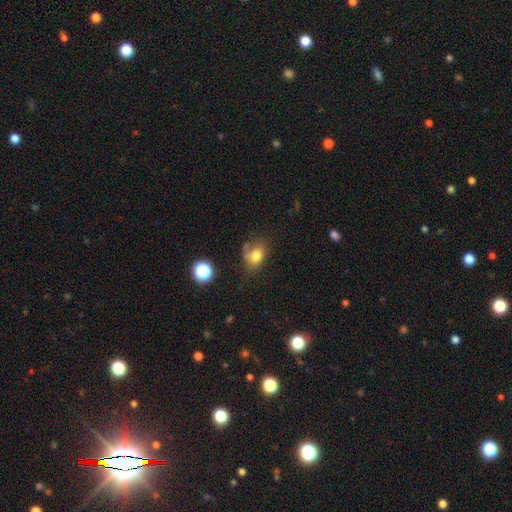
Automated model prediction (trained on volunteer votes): Morphology: type=smooth (76%); roundness=in between (53%); merging=none (48%).